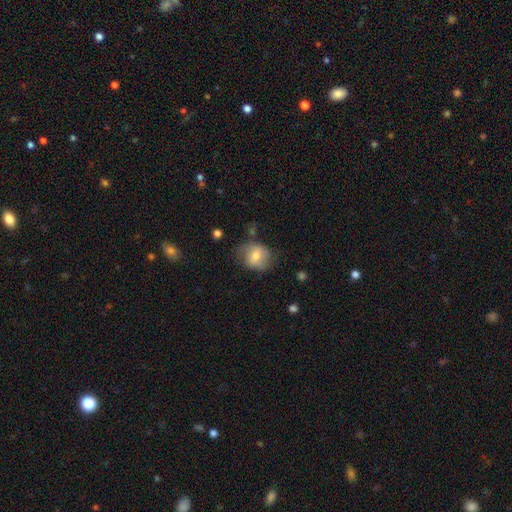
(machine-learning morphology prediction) Smooth or featured: smooth — 67% (featured or disk — 26%)
How rounded: round — 58% (in between — 41%)
Merging: none — 61% (minor disturbance — 26%)